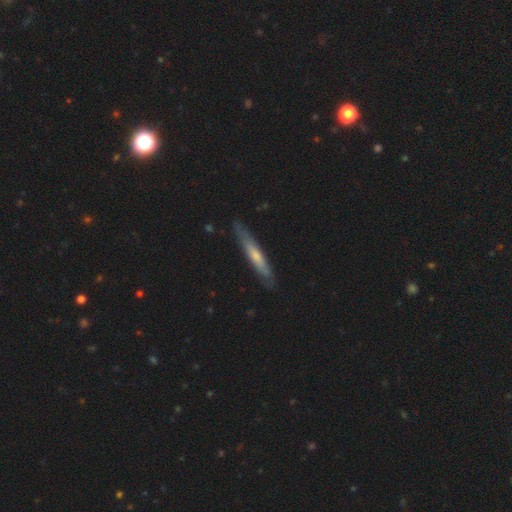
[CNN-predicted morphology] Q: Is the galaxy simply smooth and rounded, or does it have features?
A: featured or disk — 51%.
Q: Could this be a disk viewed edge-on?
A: yes — 83%.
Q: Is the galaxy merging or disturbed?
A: none — 80%.